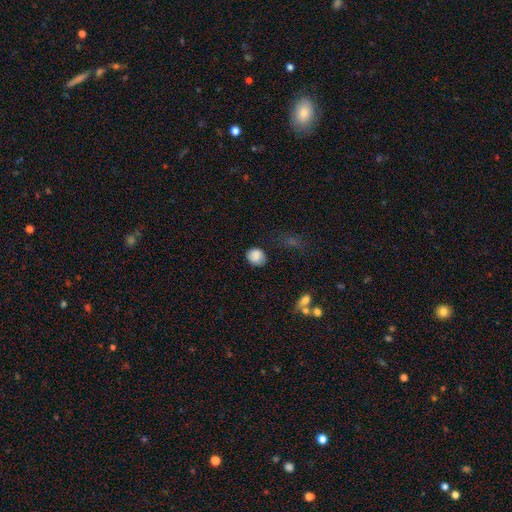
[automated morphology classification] Overall: smooth (85%). How rounded: round (64%; in between 35%). Merging: none (73%).